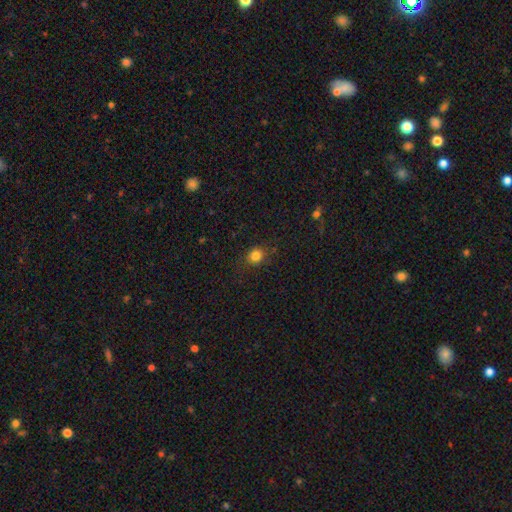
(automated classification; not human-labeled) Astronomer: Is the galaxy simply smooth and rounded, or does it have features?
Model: smooth — 82%.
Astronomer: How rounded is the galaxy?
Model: round — 77%.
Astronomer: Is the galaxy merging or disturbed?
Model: none — 85%.